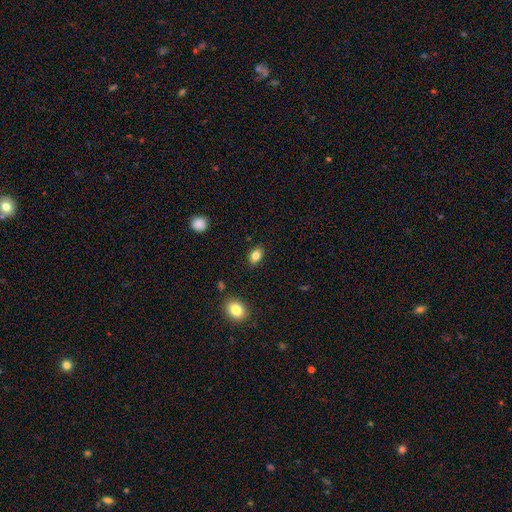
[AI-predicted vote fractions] Morphology: type=smooth (83%); roundness=in between (81%); merging=none (86%).